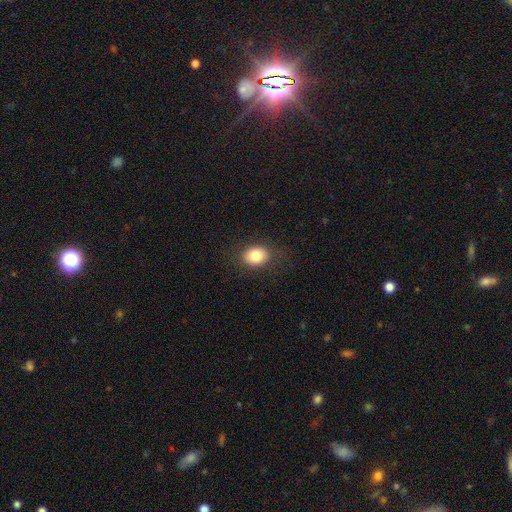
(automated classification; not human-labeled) Smooth or featured: smooth — 82% (star or artifact — 10%)
How rounded: round — 50% (in between — 49%)
Merging: none — 83% (minor disturbance — 12%)